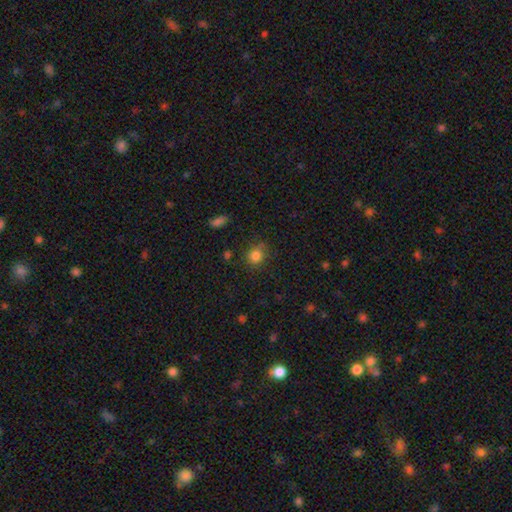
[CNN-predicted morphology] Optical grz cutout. It shows a smooth galaxy with no disk features (82%) that is round (81%). Merging: none (77%).